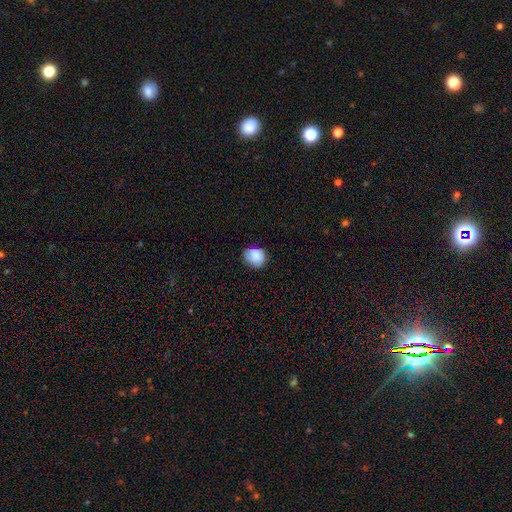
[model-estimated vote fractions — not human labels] A smooth galaxy with no disk features (81%) that is round (60%).

Vote fractions:
- Smooth or featured? smooth: 81% / featured or disk: 10% / star or artifact: 8%
- How rounded? round: 60% / in between: 39% / cigar-shaped: 1%
- Merging? none: 69% / minor disturbance: 25% / major disturbance: 5% / merger: 1%